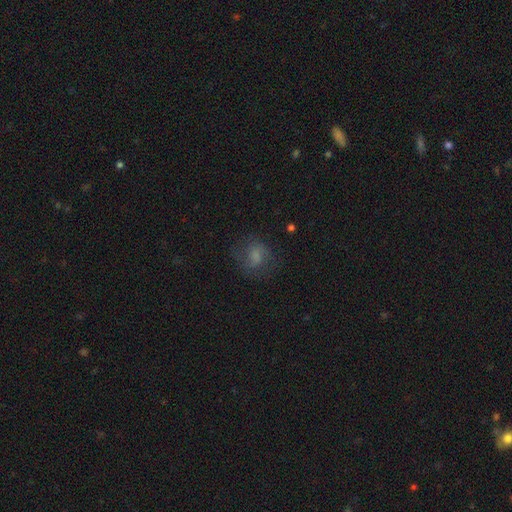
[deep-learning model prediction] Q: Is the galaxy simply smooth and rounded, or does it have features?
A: smooth — 54%.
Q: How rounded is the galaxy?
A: round — 55%.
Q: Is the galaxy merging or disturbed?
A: none — 64%.